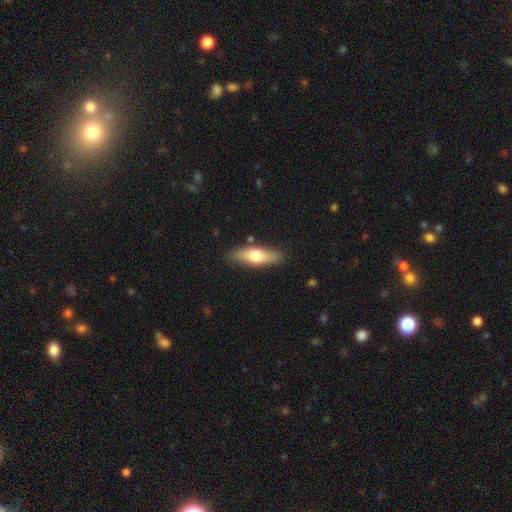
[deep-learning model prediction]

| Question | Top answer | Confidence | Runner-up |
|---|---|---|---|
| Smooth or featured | smooth | 62% | featured or disk (33%) |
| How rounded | cigar-shaped | 51% | in between (47%) |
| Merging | none | 85% | minor disturbance (10%) |